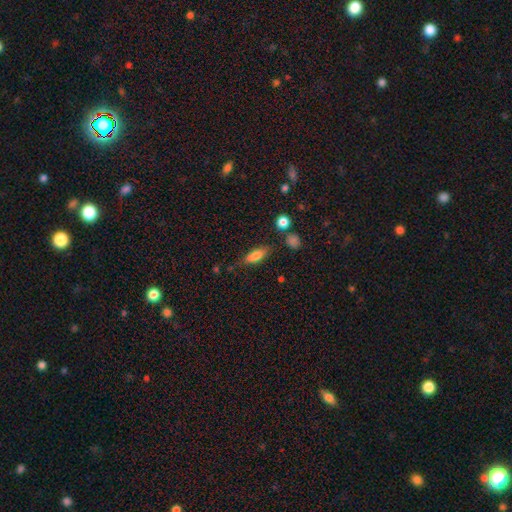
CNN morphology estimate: smooth-or-featured: smooth: 74% | featured or disk: 18% | star or artifact: 8%
  how-rounded: in between: 67% | cigar-shaped: 30% | round: 3%
  merging: none: 74% | minor disturbance: 17% | major disturbance: 5% | merger: 4%